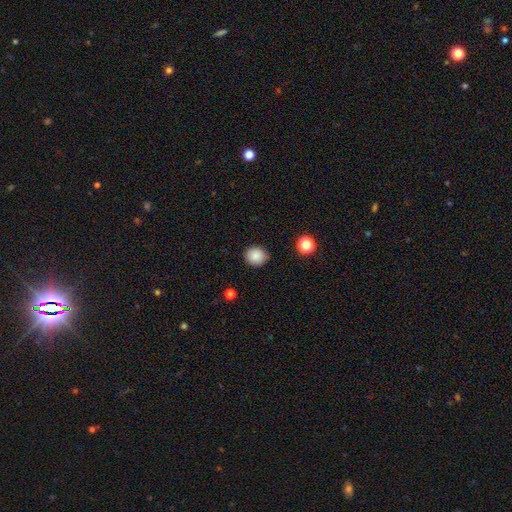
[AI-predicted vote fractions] Overall: smooth (87%). How rounded: round (86%). Merging: none (87%).